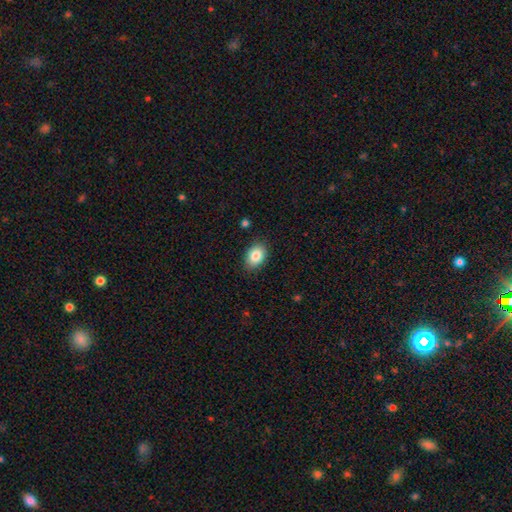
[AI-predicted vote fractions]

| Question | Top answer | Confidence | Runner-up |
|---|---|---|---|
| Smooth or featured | smooth | 85% | star or artifact (8%) |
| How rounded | in between | 78% | round (21%) |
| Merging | none | 87% | minor disturbance (10%) |